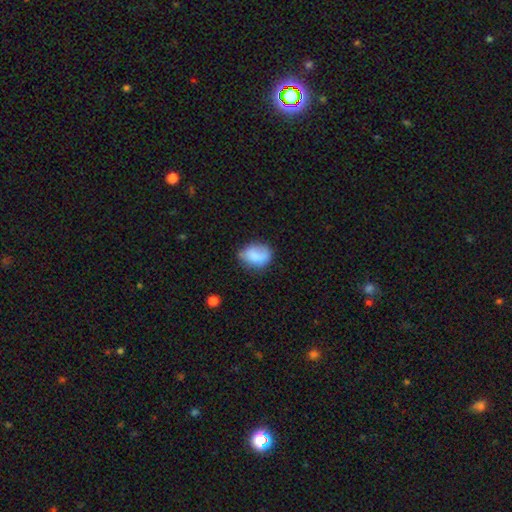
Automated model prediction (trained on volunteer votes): smooth 79%, featured or disk 13%, star or artifact 8%. Down the decision tree: how rounded — in between (64%); merging — none (57%).